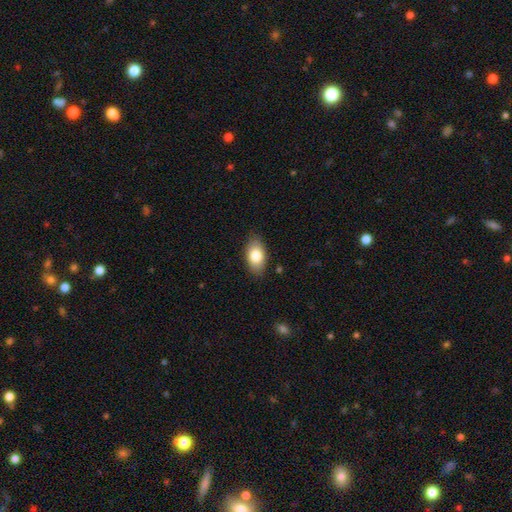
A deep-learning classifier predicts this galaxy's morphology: type=smooth (81%); roundness=in between (91%); merging=none (83%).